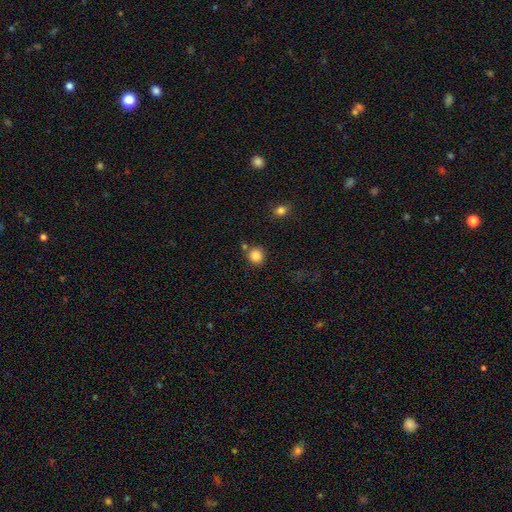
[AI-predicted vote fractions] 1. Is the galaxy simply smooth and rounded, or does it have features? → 86% smooth, 10% star or artifact, 4% featured or disk.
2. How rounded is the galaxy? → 90% round, 9% in between, 1% cigar-shaped.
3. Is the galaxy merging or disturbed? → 78% none, 10% merger, 9% minor disturbance, 3% major disturbance.